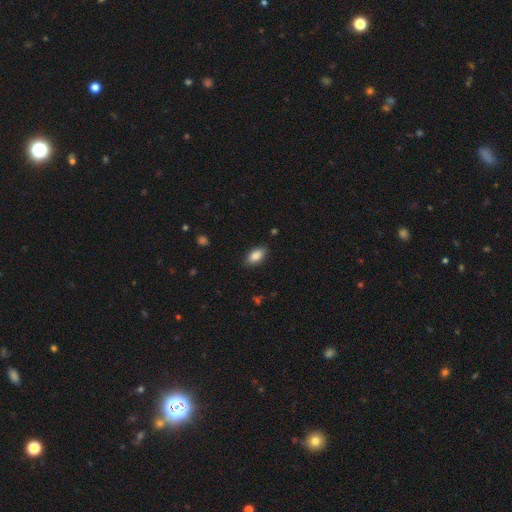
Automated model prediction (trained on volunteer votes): Overall: smooth (85%). How rounded: in between (91%). Merging: none (85%).